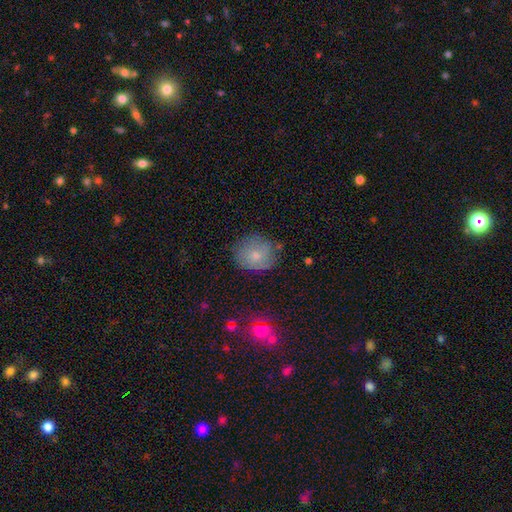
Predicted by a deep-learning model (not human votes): Overall: smooth (69%). How rounded: round (72%). Merging: none (72%).